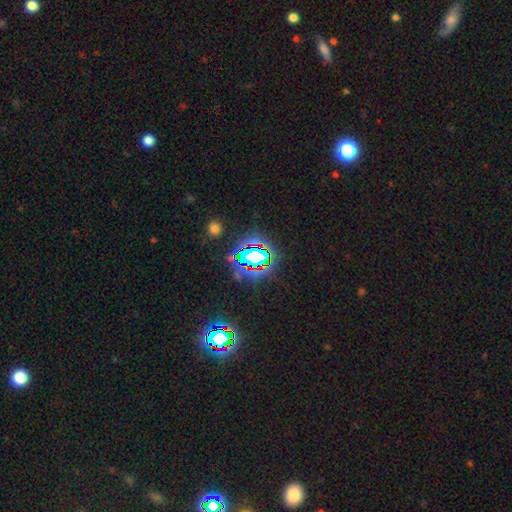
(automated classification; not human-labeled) Overall: star or artifact (67%).